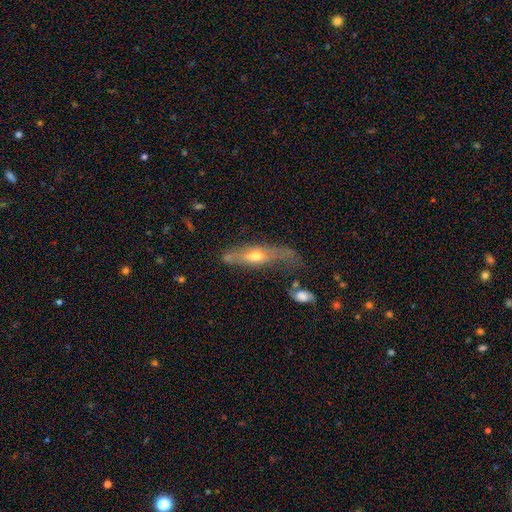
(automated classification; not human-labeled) The model was most divided on "edge-on disk": yes: 53%, no: 47%. Remaining: smooth or featured — featured or disk (55%); merging — none (41%).